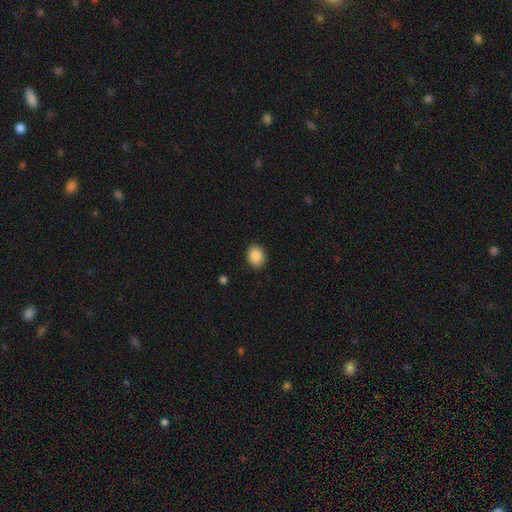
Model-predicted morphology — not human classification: A smooth galaxy with no disk features (89%) that is in between round and cigar-shaped (54%).

Vote fractions:
- Smooth or featured? smooth: 89% / star or artifact: 8% / featured or disk: 3%
- How rounded? in between: 54% / round: 45% / cigar-shaped: 1%
- Merging? none: 89% / minor disturbance: 8% / major disturbance: 2% / merger: 1%